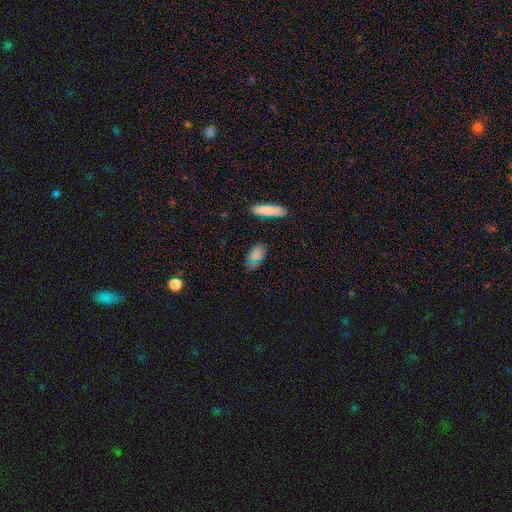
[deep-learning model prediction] Smooth or featured? Predicted: smooth (p=0.80). How rounded? Predicted: in between (p=0.89). Merging? Predicted: none (p=0.77).